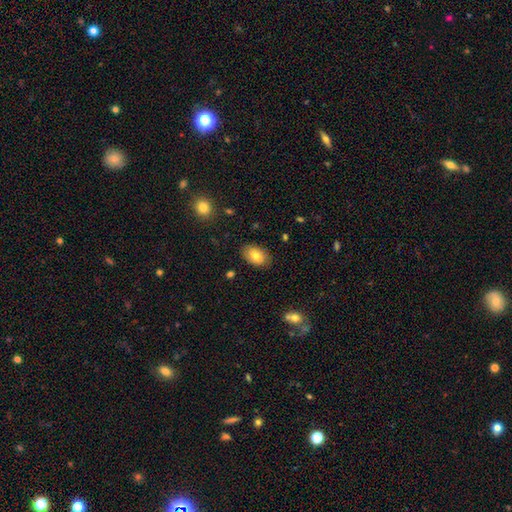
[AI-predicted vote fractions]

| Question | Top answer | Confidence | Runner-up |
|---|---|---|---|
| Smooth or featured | smooth | 77% | featured or disk (15%) |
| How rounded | in between | 89% | round (10%) |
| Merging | none | 85% | minor disturbance (11%) |